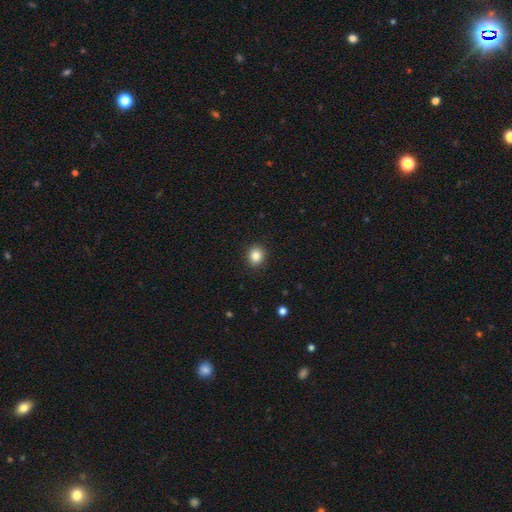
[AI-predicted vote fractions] smooth_or_featured: smooth (p=0.85) [alt: star or artifact p=0.10]
how_rounded: round (p=0.74) [alt: in between p=0.25]
merging: none (p=0.91) [alt: minor disturbance p=0.06]